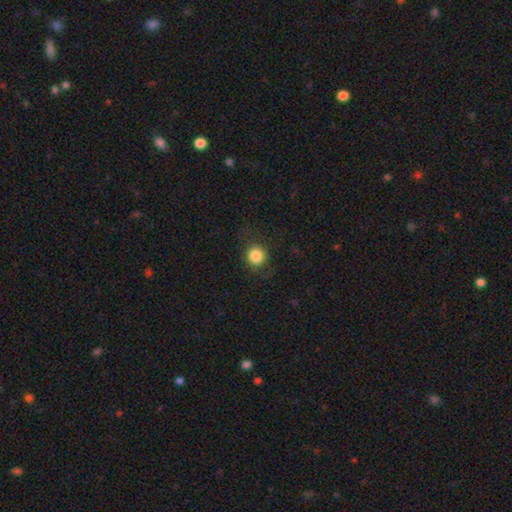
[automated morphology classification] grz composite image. It shows a smooth galaxy with no disk features (85%) that is round (89%). Merging: none (85%).